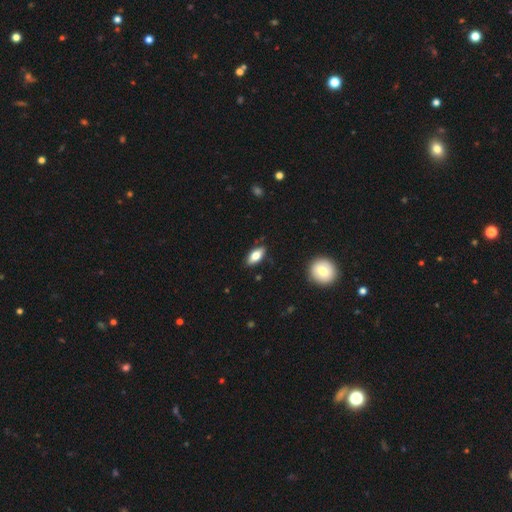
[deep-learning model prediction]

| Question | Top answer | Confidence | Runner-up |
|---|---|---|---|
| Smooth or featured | smooth | 72% | featured or disk (21%) |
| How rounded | in between | 84% | cigar-shaped (13%) |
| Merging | none | 84% | minor disturbance (13%) |